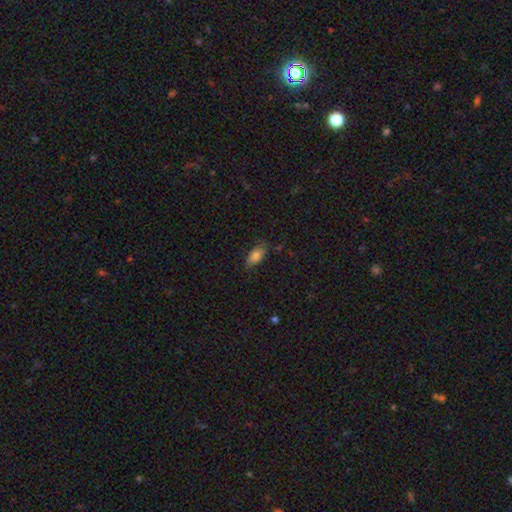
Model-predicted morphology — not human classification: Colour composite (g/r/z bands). It shows a smooth galaxy with no disk features (78%) that is in between round and cigar-shaped (90%). Merging: none (70%).